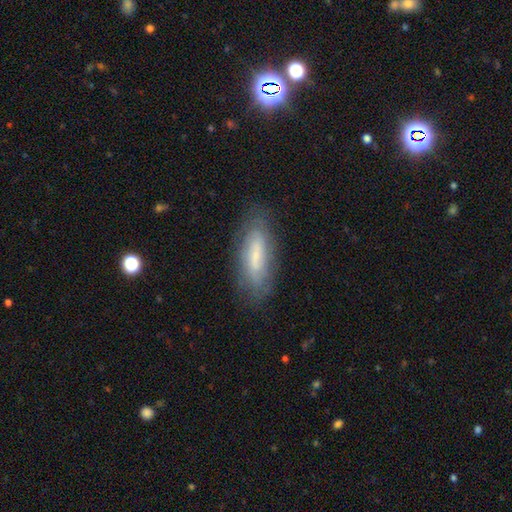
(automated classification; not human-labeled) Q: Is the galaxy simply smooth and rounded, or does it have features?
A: smooth — 52%.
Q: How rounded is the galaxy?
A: in between — 52%.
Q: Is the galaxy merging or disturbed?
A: none — 78%.